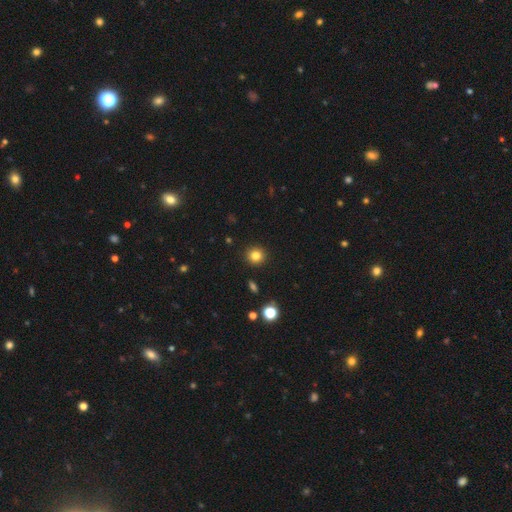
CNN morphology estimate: type=smooth (82%); roundness=round (92%); merging=none (92%).